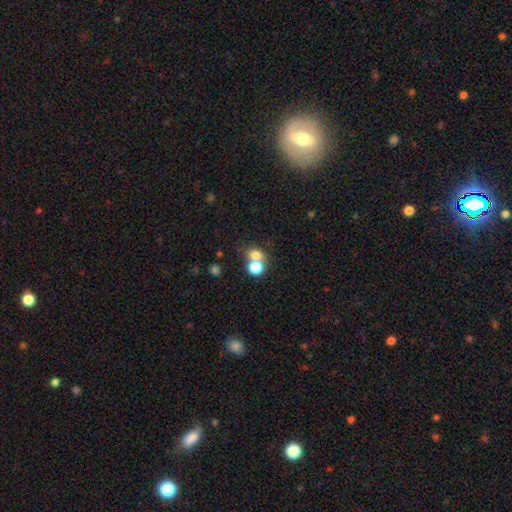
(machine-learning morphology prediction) smooth_or_featured: smooth (p=0.73) [alt: star or artifact p=0.15]
how_rounded: round (p=0.65) [alt: in between p=0.34]
merging: merger (p=0.47) [alt: none p=0.43]